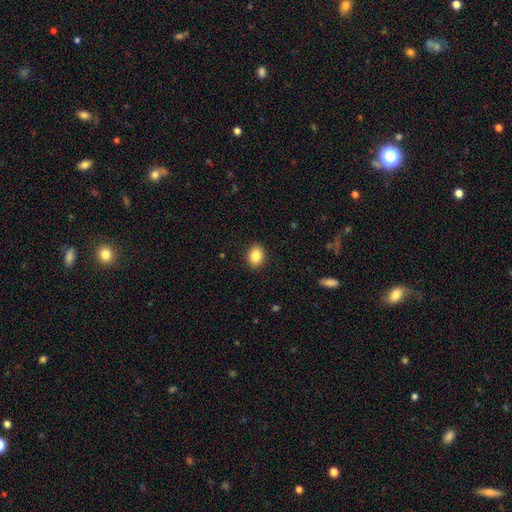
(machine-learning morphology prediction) Smooth or featured? Predicted: smooth (p=0.86). How rounded? Predicted: in between (p=0.55). Merging? Predicted: none (p=0.90).